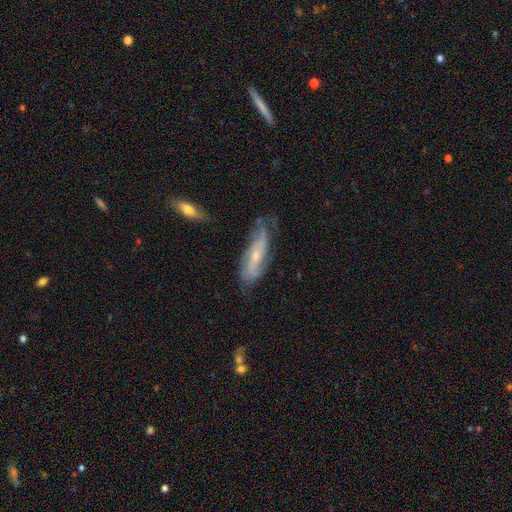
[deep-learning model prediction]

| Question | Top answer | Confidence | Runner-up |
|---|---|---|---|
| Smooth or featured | featured or disk | 73% | smooth (20%) |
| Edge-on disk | no | 78% | yes (22%) |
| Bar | no | 50% | weak (33%) |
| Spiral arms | yes | 90% | no (10%) |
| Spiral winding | medium | 38% | loose (34%) |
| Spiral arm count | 2 | 62% | can't tell (23%) |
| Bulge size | small | 65% | moderate (30%) |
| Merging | none | 61% | minor disturbance (27%) |